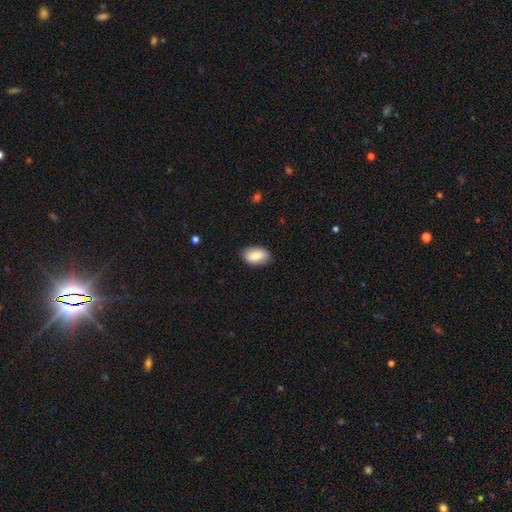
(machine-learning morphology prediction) A smooth galaxy with no disk features (82%) that is in between round and cigar-shaped (91%).

Vote fractions:
- Smooth or featured? smooth: 82% / featured or disk: 11% / star or artifact: 7%
- How rounded? in between: 91% / round: 8% / cigar-shaped: 1%
- Merging? none: 87% / minor disturbance: 10% / major disturbance: 2% / merger: 1%